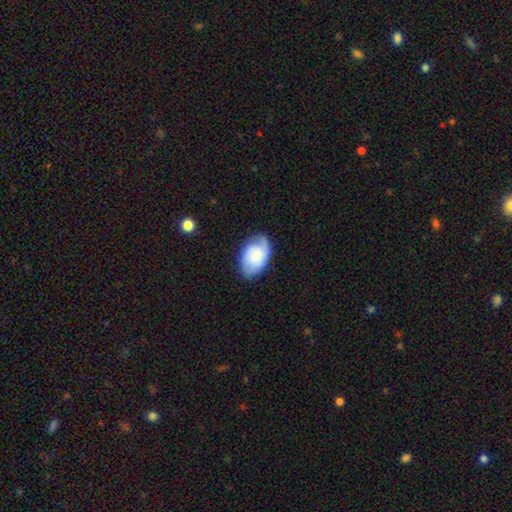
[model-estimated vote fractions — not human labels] Smooth or featured? Predicted: smooth (p=0.50). Merging? Predicted: none (p=0.71).